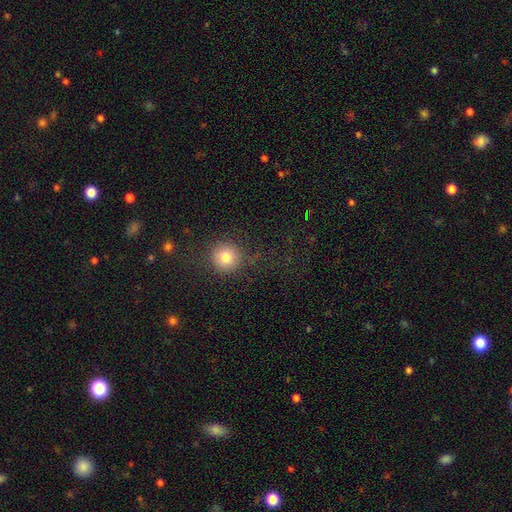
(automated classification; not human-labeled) Morphology: type=smooth (58%); roundness=round (87%); merging=none (69%).